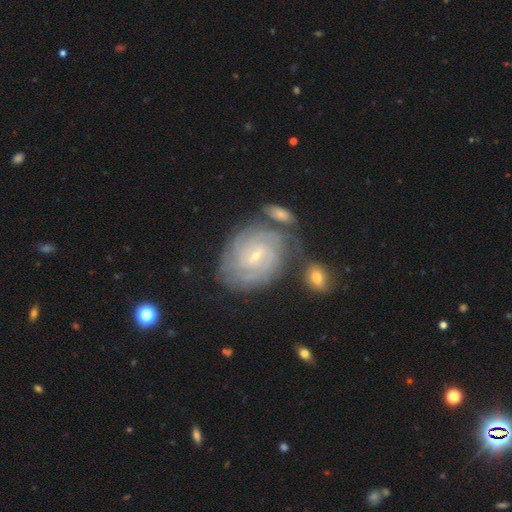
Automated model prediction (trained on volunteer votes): Smooth or featured? featured or disk (86%)
Edge-on disk? no (97%)
Bar? no (50%)
Spiral arms? yes (97%)
Spiral winding? tight (80%)
Spiral arm count? can't tell (32%)
Bulge size? small (80%)
Merging? none (64%)